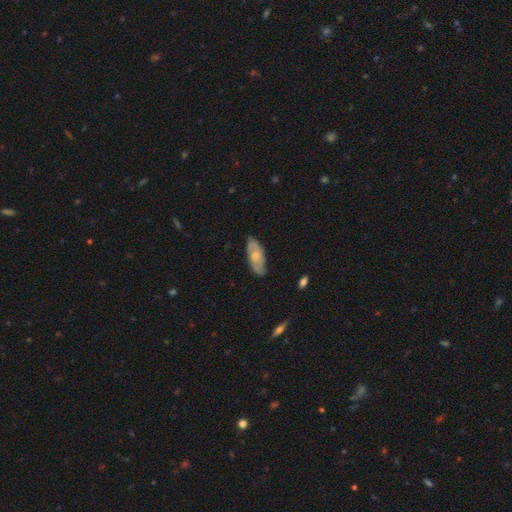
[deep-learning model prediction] Morphology: type=smooth (50%); merging=none (78%).